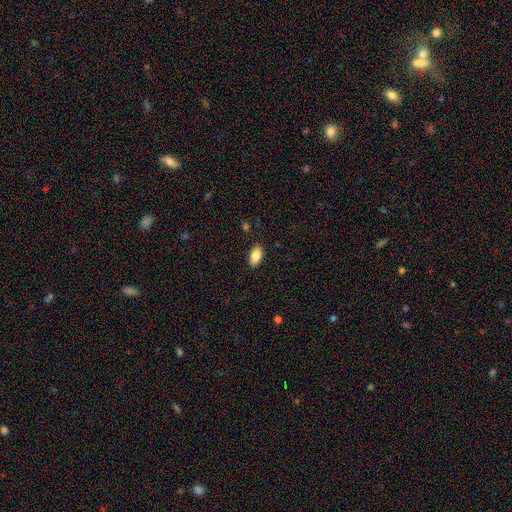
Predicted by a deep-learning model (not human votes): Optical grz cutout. It shows a smooth galaxy with no disk features (85%) that is in between round and cigar-shaped (93%). Merging: none (88%).